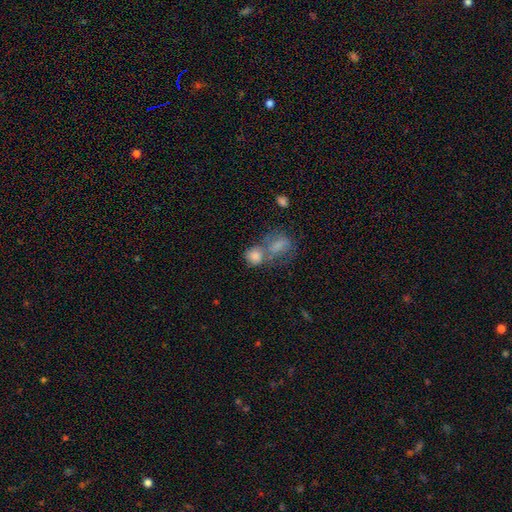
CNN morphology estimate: A smooth galaxy with no disk features (76%) that is round (60%). Merging: merger (53%).